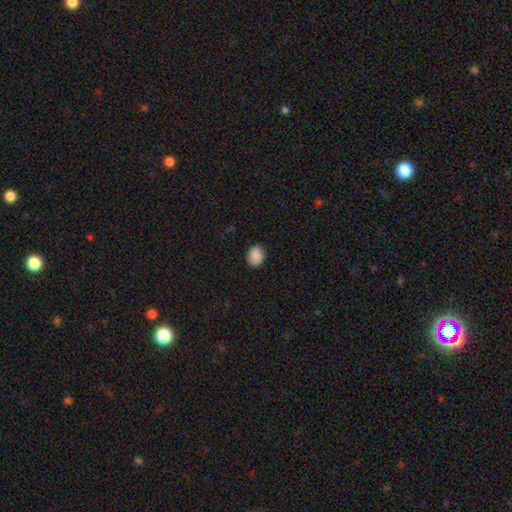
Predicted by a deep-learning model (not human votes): This appears to be a smooth galaxy with no disk features (89%) that is round (54%). Merging: none (87%).